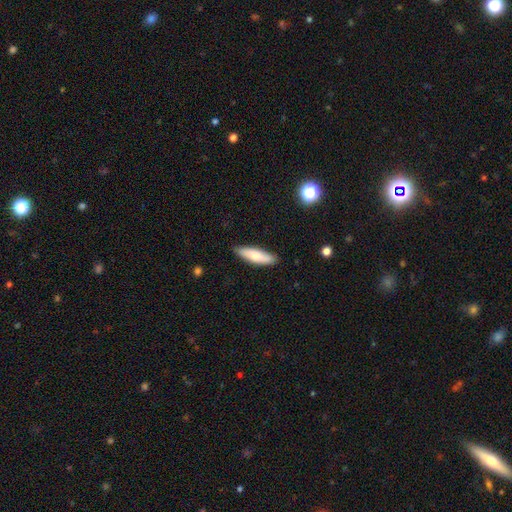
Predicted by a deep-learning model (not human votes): smooth 73%, featured or disk 21%, star or artifact 6%. Down the decision tree: how rounded — cigar-shaped (61%); merging — none (85%).